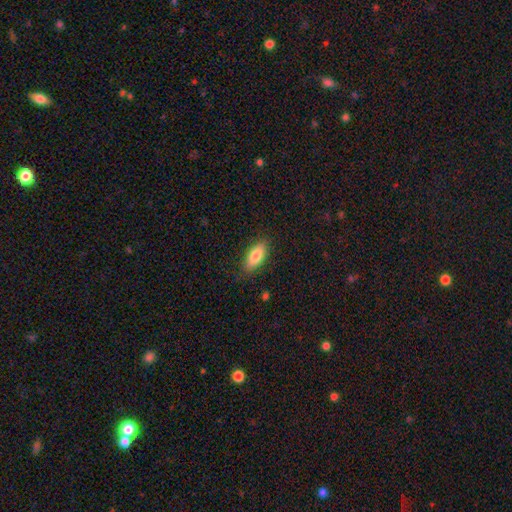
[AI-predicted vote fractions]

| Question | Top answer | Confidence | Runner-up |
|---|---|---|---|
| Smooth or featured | smooth | 81% | featured or disk (12%) |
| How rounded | in between | 84% | cigar-shaped (14%) |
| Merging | none | 83% | minor disturbance (13%) |